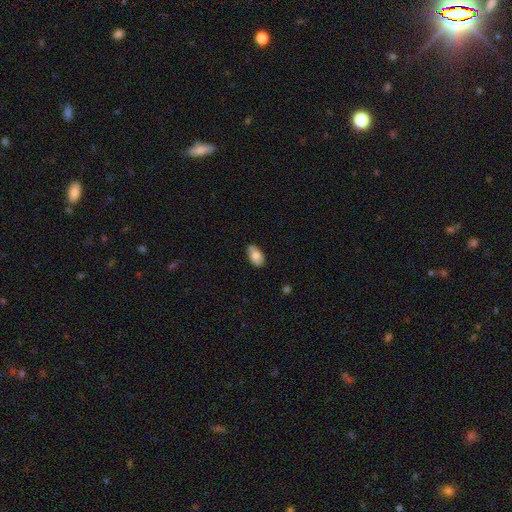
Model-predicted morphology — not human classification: Smooth or featured? Predicted: smooth (p=0.71). How rounded? Predicted: in between (p=0.93). Merging? Predicted: none (p=0.74).